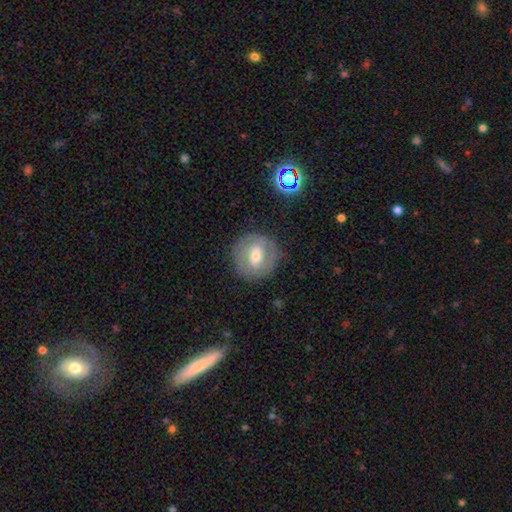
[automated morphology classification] Smooth or featured? featured or disk (53%)
Edge-on disk? no (95%)
Merging? none (83%)